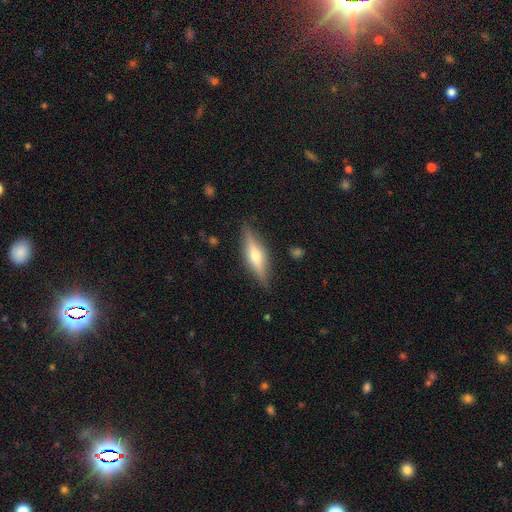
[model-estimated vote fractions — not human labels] This appears to be a featured or disk galaxy (61%) viewed edge-on (93%) with a rounded central bulge (88%). Merging: none (86%).